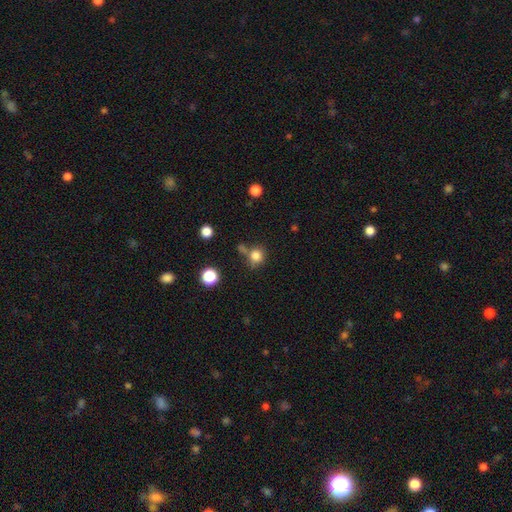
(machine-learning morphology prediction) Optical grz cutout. It shows a smooth galaxy with no disk features (81%) that is round (83%). Merging: none (62%).